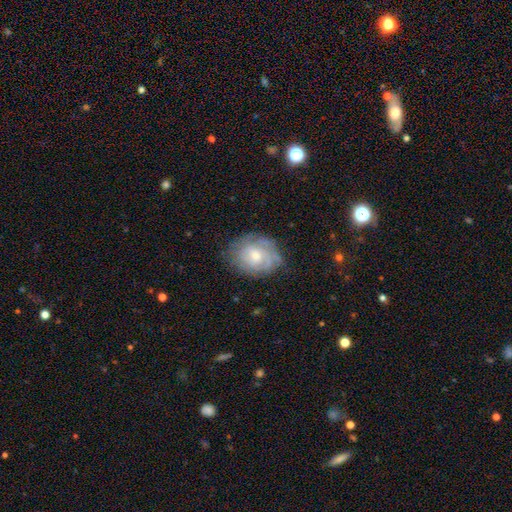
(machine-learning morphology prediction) Smooth or featured: featured or disk — 59% (smooth — 33%)
Edge-on disk: no — 97% (yes — 3%)
Bar: no — 71% (weak — 25%)
Spiral arms: yes — 74% (no — 26%)
Bulge size: small — 49% (moderate — 44%)
Merging: none — 67% (minor disturbance — 23%)